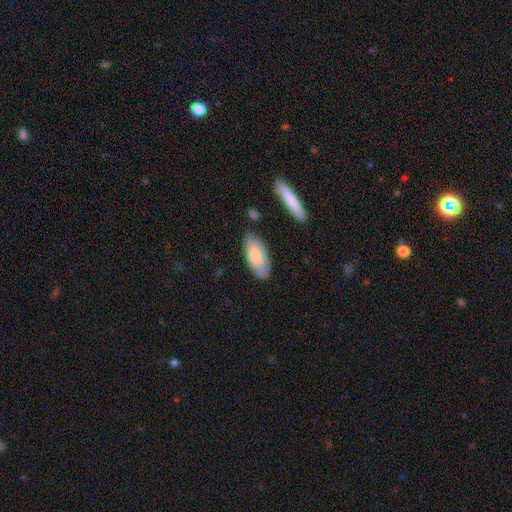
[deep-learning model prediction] The model was most divided on "smooth or featured": smooth: 78%, featured or disk: 17%, star or artifact: 5%. More confident: how rounded — in between (88%); merging — none (80%).